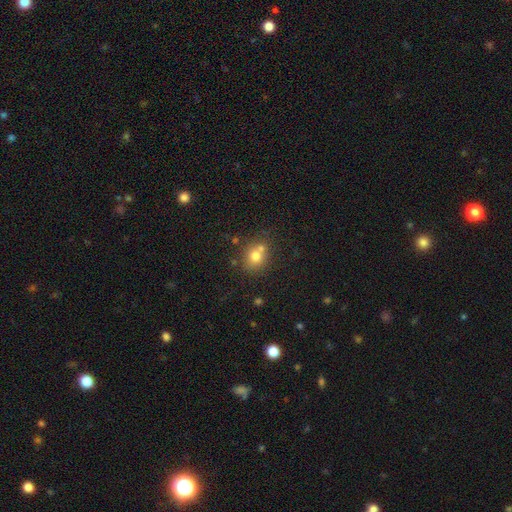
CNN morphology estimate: Smooth or featured?
  - smooth: 73% *
  - featured or disk: 14%
  - star or artifact: 13%
How rounded?
  - round: 75% *
  - in between: 24%
  - cigar-shaped: 1%
Merging?
  - none: 54% *
  - merger: 31%
  - minor disturbance: 11%
  - major disturbance: 4%